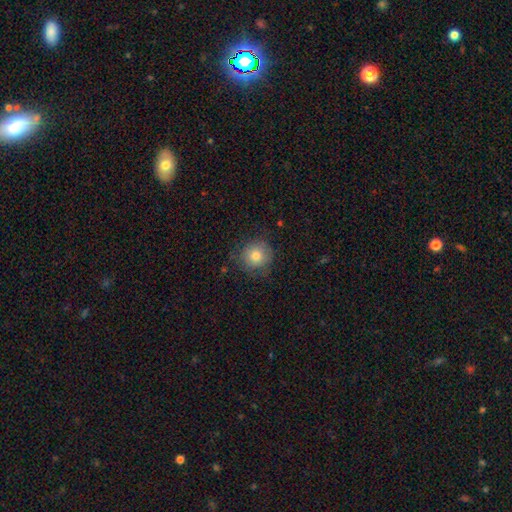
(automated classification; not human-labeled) Overall: smooth (78%). How rounded: round (92%). Merging: none (76%).